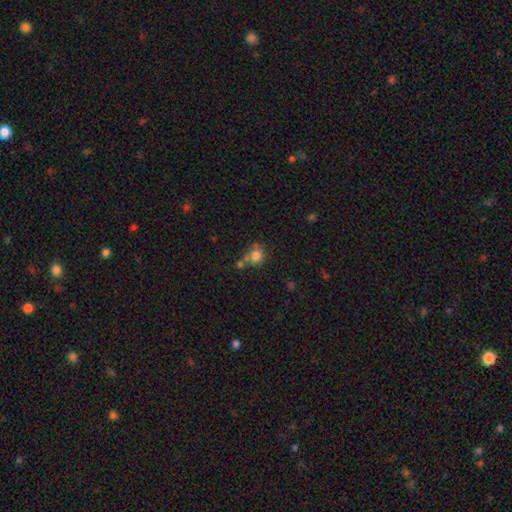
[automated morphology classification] This is likely a smooth galaxy (77%). How rounded: clearly round (85%). Merging: possibly none (51%).